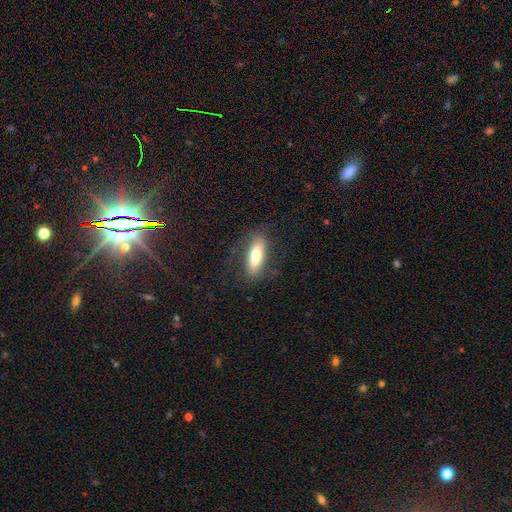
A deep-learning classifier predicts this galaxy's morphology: Q: Smooth or featured?
A: smooth (67%); runner-up: featured or disk (26%)
Q: How rounded?
A: in between (56%); runner-up: cigar-shaped (41%)
Q: Merging?
A: none (77%); runner-up: minor disturbance (15%)